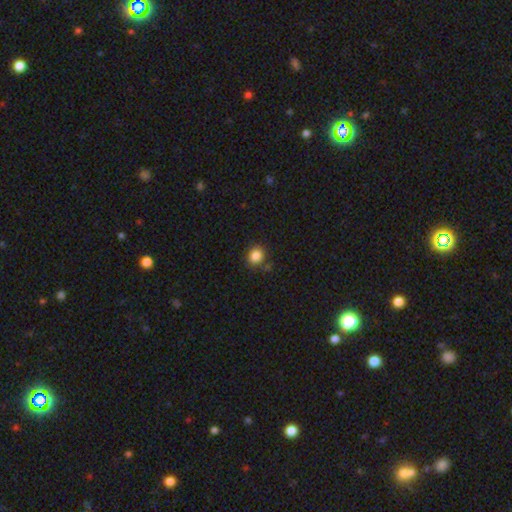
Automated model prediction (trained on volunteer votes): Overall: smooth (85%). How rounded: round (76%). Merging: none (82%).